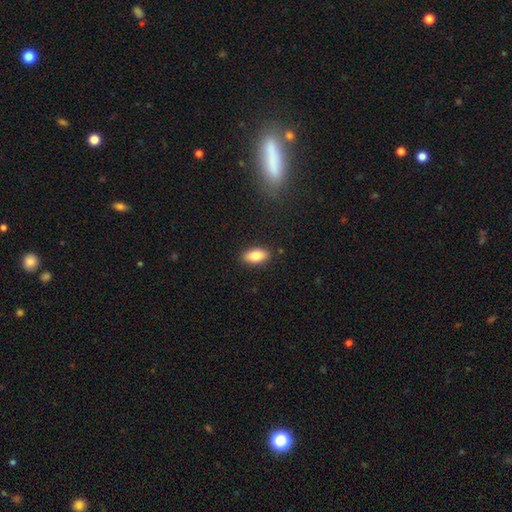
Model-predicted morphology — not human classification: This is clearly a smooth galaxy (82%). How rounded: clearly in between (90%). Merging: clearly none (88%).